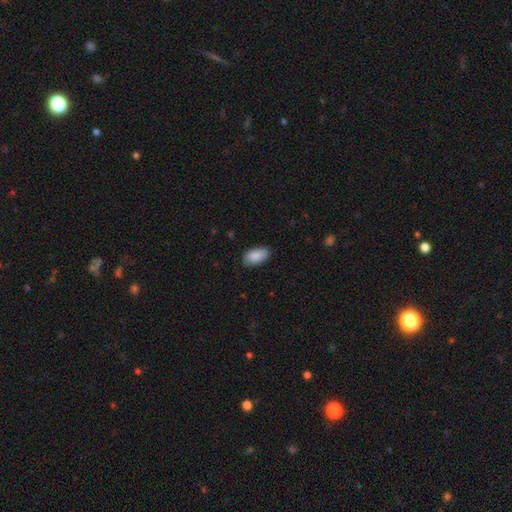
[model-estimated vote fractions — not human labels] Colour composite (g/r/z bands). It shows a smooth galaxy with no disk features (88%) that is in between round and cigar-shaped (95%). Merging: none (80%).